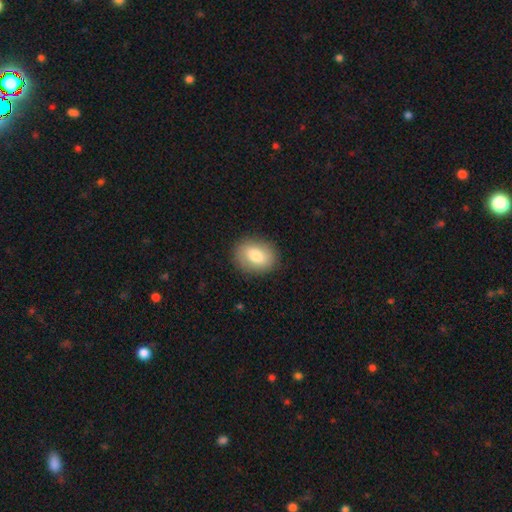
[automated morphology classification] This is likely a smooth galaxy (78%). How rounded: possibly in between (60%). Merging: clearly none (87%).